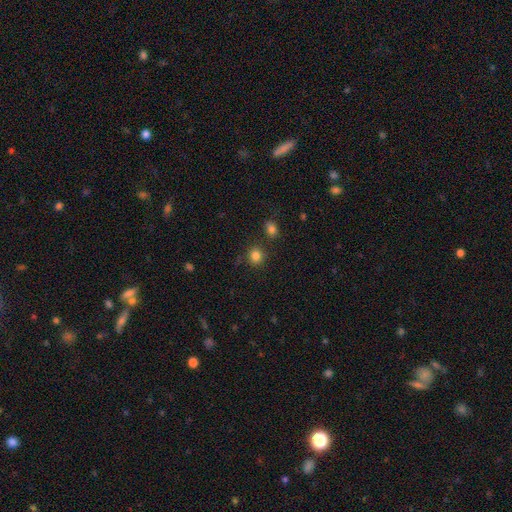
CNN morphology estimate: smooth 83%, star or artifact 13%, featured or disk 5%. Down the decision tree: how rounded — round (87%); merging — none (82%).